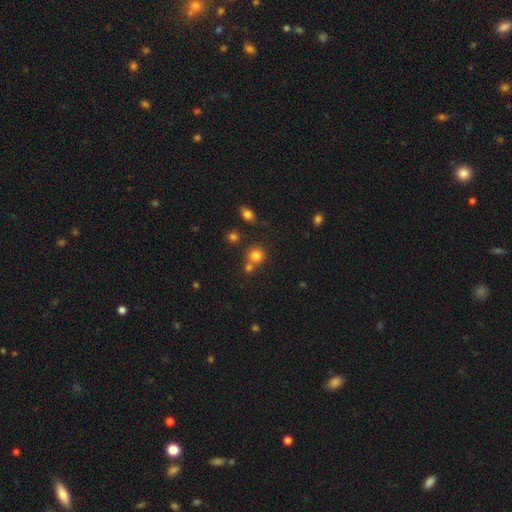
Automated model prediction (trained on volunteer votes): This appears to be a smooth galaxy with no disk features (78%) that is round (88%). Merging: none (61%).